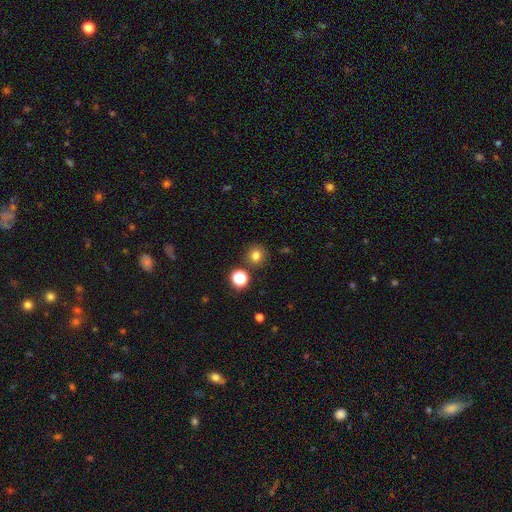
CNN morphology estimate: smooth 77%, star or artifact 16%, featured or disk 6%. Down the decision tree: how rounded — round (91%); merging — none (84%).